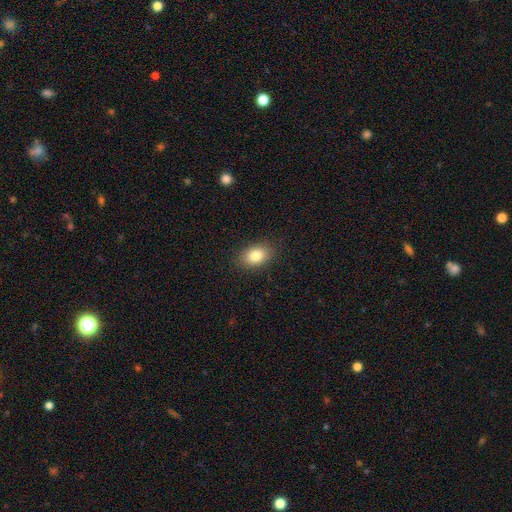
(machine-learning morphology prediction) Smooth or featured?
  - smooth: 83% *
  - star or artifact: 9%
  - featured or disk: 8%
How rounded?
  - in between: 83% *
  - round: 15%
  - cigar-shaped: 1%
Merging?
  - none: 88% *
  - minor disturbance: 9%
  - major disturbance: 2%
  - merger: 1%